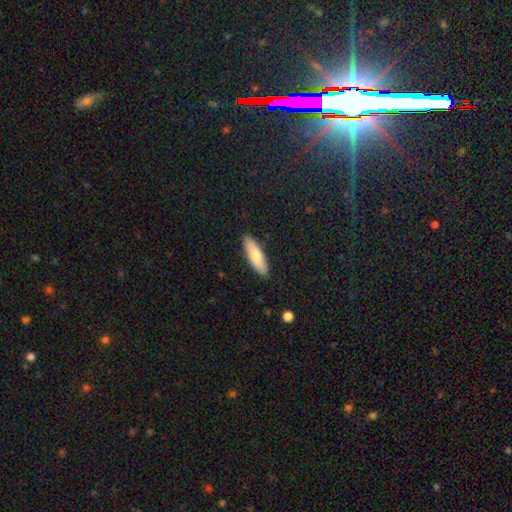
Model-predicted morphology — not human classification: smooth 79%, featured or disk 16%, star or artifact 5%. Down the decision tree: how rounded — cigar-shaped (52%); merging — none (89%).